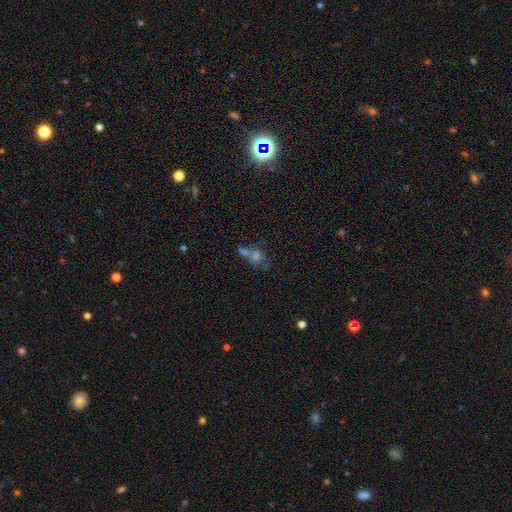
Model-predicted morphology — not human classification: smooth-or-featured: smooth: 52% | featured or disk: 25% | star or artifact: 24%
  how-rounded: round: 56% | in between: 39% | cigar-shaped: 5%
  merging: merger: 44% | none: 34% | minor disturbance: 12% | major disturbance: 10%